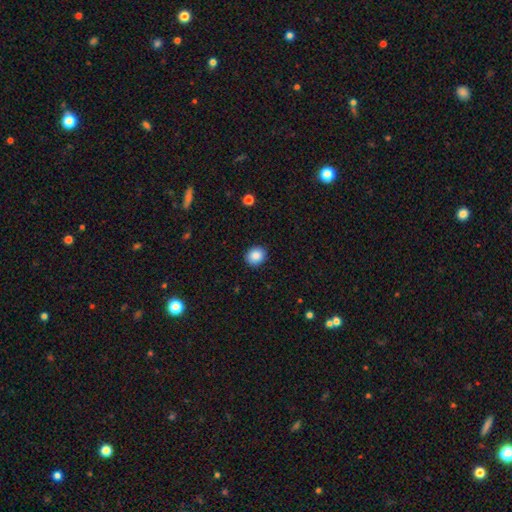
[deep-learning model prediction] Smooth or featured?
  - smooth: 87% *
  - star or artifact: 9%
  - featured or disk: 4%
How rounded?
  - round: 73% *
  - in between: 26%
  - cigar-shaped: 1%
Merging?
  - none: 90% *
  - minor disturbance: 7%
  - major disturbance: 2%
  - merger: 1%